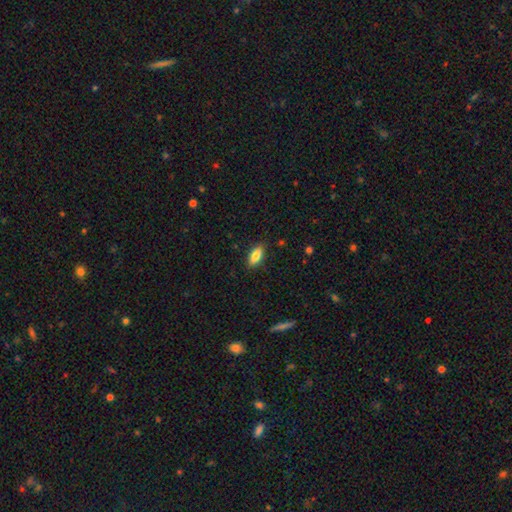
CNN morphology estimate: This appears to be a smooth galaxy with no disk features (83%) that is in between round and cigar-shaped (79%). Merging: none (87%).